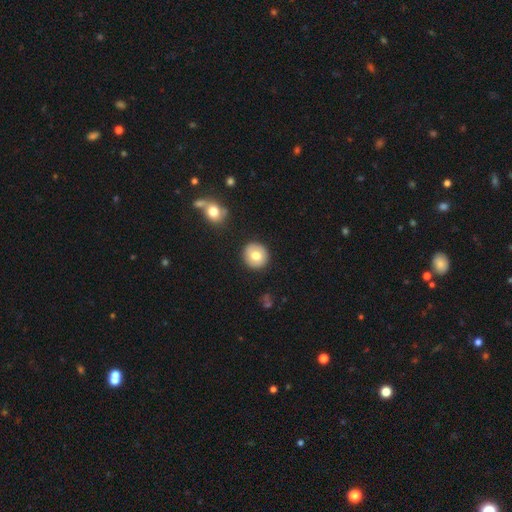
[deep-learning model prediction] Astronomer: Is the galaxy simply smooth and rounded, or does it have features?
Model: smooth — 73%.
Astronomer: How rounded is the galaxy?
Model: round — 93%.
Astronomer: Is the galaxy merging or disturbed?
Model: none — 90%.